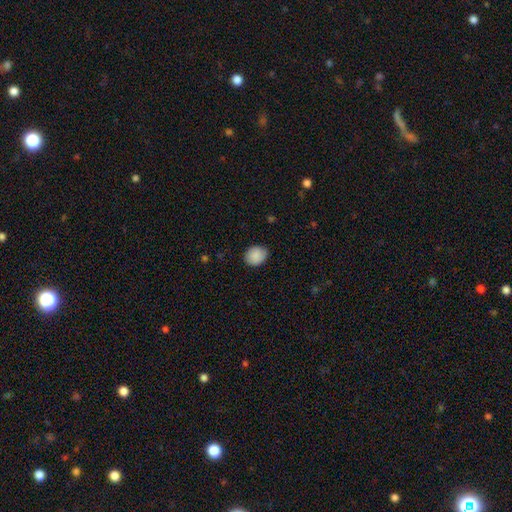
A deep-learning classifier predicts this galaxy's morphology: A smooth galaxy with no disk features (89%) that is round (57%).

Vote fractions:
- Smooth or featured? smooth: 89% / star or artifact: 7% / featured or disk: 4%
- How rounded? round: 57% / in between: 42% / cigar-shaped: 1%
- Merging? none: 84% / minor disturbance: 13% / major disturbance: 2% / merger: 1%